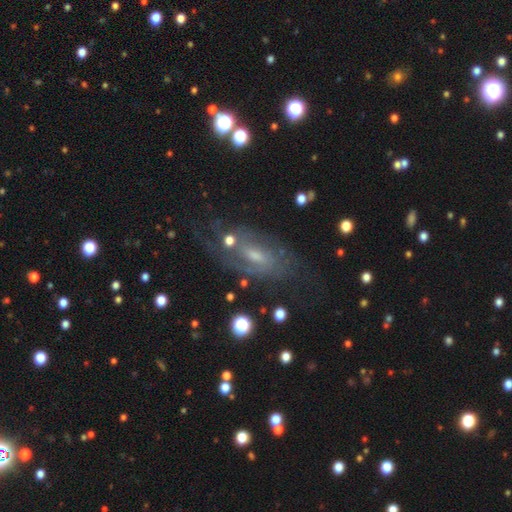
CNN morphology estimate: This appears to be a featured or disk galaxy (73%) with a weak bar (47%), tight (43%) spiral arms (86%) and a small central bulge (45%). Merging: none (63%).